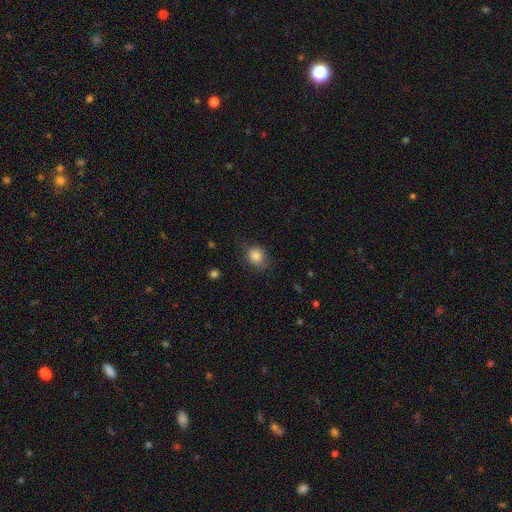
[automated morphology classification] This is clearly a smooth galaxy (85%). How rounded: likely round (72%). Merging: likely none (75%).